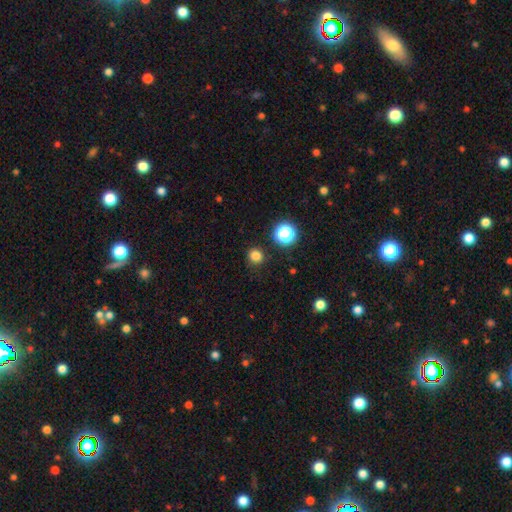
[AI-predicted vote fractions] A smooth galaxy with no disk features (79%) that is round (91%).

Vote fractions:
- Smooth or featured? smooth: 79% / star or artifact: 17% / featured or disk: 4%
- How rounded? round: 91% / in between: 8% / cigar-shaped: 1%
- Merging? none: 88% / minor disturbance: 7% / major disturbance: 3% / merger: 2%